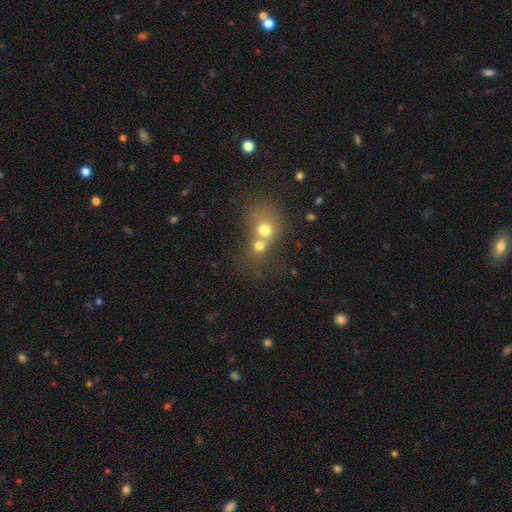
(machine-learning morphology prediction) Smooth or featured: smooth — 58% (star or artifact — 22%)
How rounded: round — 73% (in between — 26%)
Merging: merger — 65% (none — 26%)